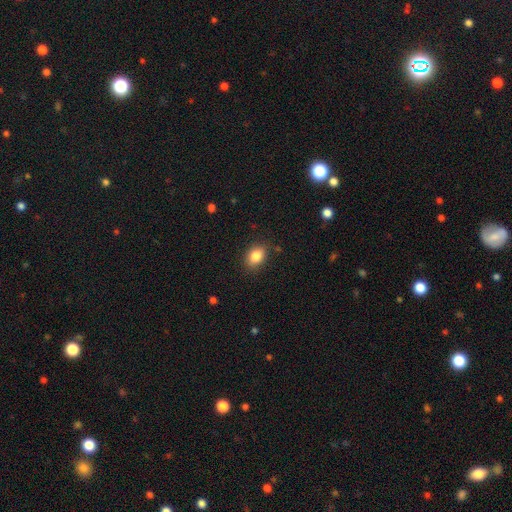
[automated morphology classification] This appears to be a smooth galaxy with no disk features (85%) that is in between round and cigar-shaped (74%). Merging: none (85%).